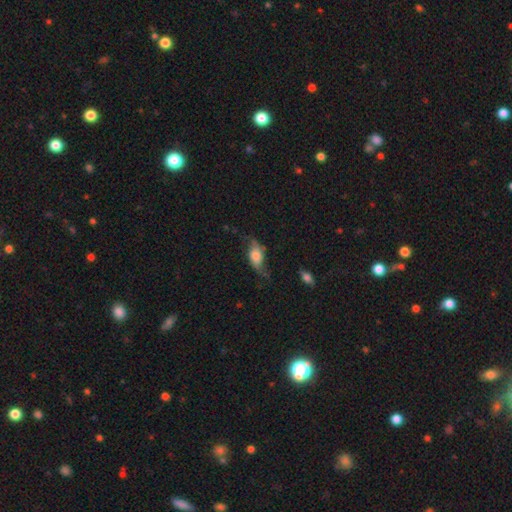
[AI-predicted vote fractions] A smooth galaxy with no disk features (47%). Merging: none (51%).